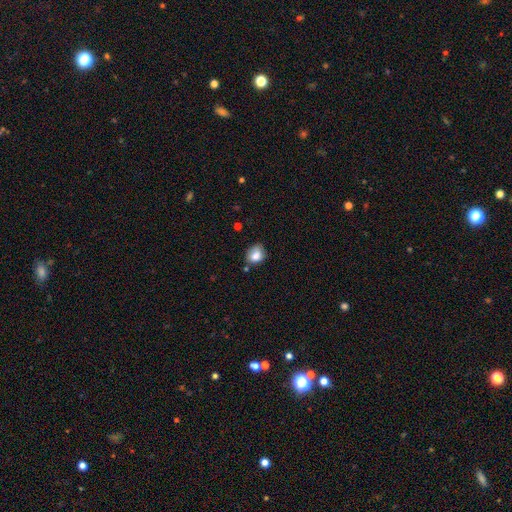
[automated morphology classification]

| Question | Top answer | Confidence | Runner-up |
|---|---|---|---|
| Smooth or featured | smooth | 81% | star or artifact (9%) |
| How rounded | round | 57% | in between (42%) |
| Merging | none | 61% | minor disturbance (26%) |